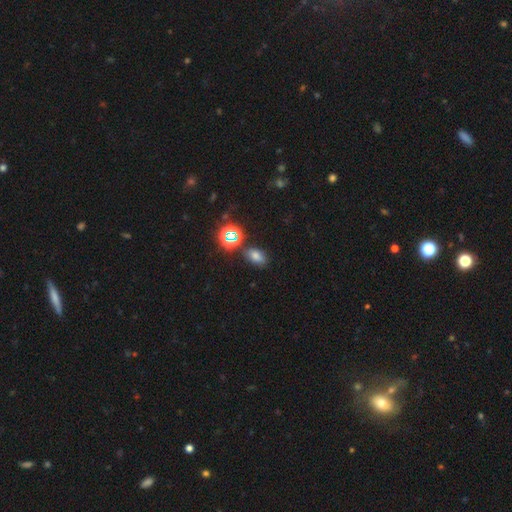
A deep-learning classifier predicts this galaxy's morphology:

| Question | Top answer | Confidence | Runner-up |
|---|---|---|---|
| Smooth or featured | smooth | 65% | star or artifact (26%) |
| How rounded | in between | 80% | round (17%) |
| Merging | none | 79% | minor disturbance (12%) |